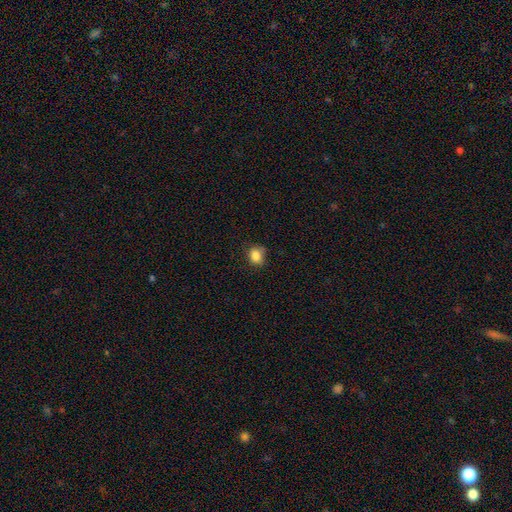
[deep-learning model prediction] This is clearly a smooth galaxy (84%). How rounded: possibly round (58%). Merging: likely none (71%).